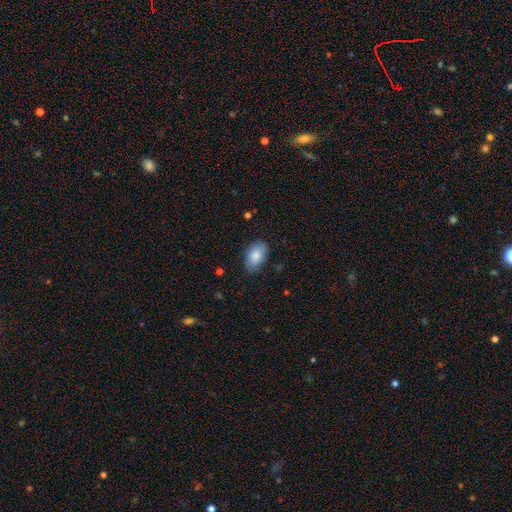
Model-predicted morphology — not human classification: A smooth galaxy with no disk features (83%) that is in between round and cigar-shaped (90%).

Vote fractions:
- Smooth or featured? smooth: 83% / featured or disk: 11% / star or artifact: 7%
- How rounded? in between: 90% / round: 8% / cigar-shaped: 1%
- Merging? none: 78% / minor disturbance: 17% / major disturbance: 3% / merger: 1%